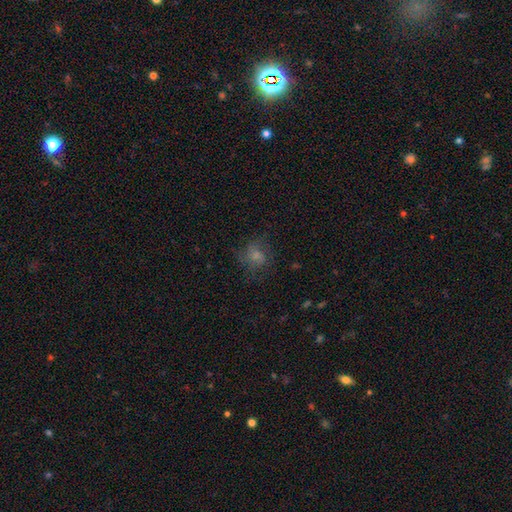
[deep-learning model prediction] The model was most divided on "smooth or featured": smooth: 60%, featured or disk: 25%, star or artifact: 15%. More confident: how rounded — round (72%); merging — none (61%).